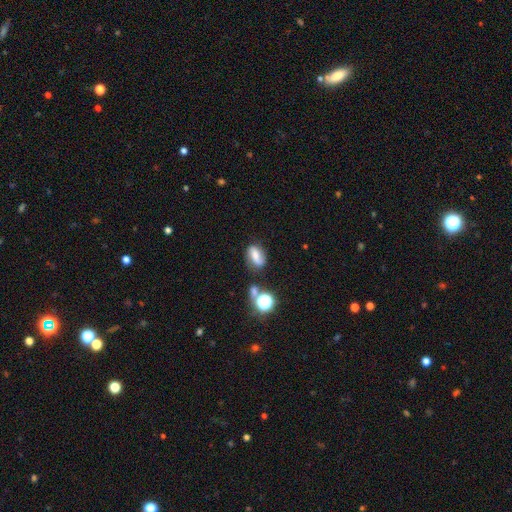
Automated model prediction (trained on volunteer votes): A featured or disk galaxy (44%).

Vote fractions:
- Smooth or featured? featured or disk: 44% / smooth: 42% / star or artifact: 14%
- Merging? none: 64% / minor disturbance: 21% / merger: 8% / major disturbance: 8%